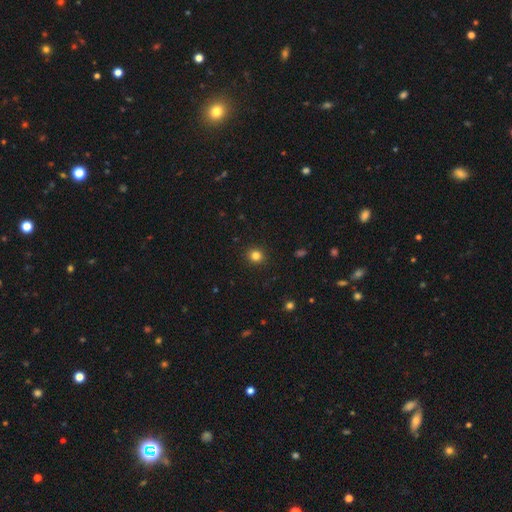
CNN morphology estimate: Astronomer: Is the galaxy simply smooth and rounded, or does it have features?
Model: smooth — 83%.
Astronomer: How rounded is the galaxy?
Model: round — 85%.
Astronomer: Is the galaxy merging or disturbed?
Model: none — 91%.